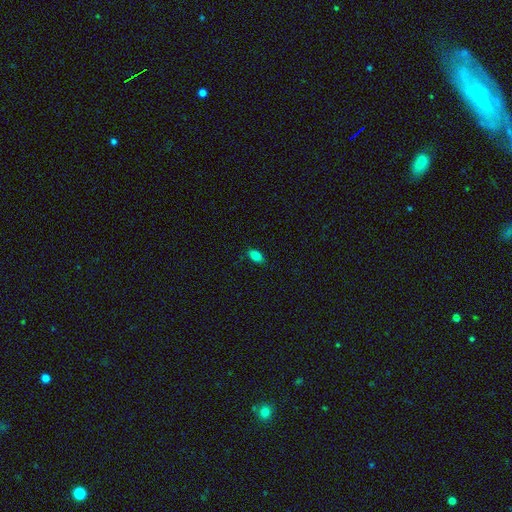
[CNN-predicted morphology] smooth-or-featured: smooth: 84% | star or artifact: 10% | featured or disk: 6%
  how-rounded: in between: 89% | round: 9% | cigar-shaped: 2%
  merging: none: 84% | minor disturbance: 12% | major disturbance: 2% | merger: 1%